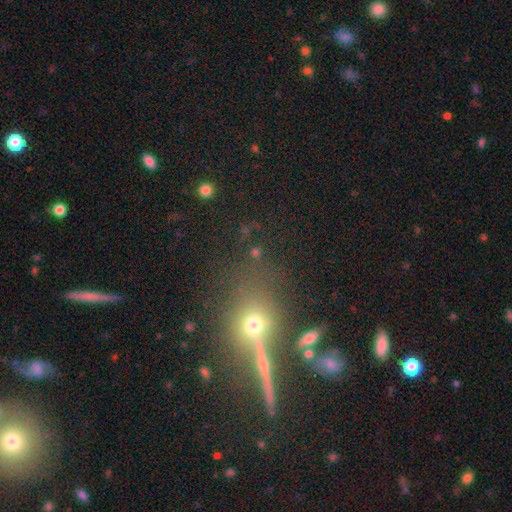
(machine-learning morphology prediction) Q: Smooth or featured?
A: smooth (44%); runner-up: star or artifact (34%)
Q: Merging?
A: none (62%); runner-up: merger (14%)